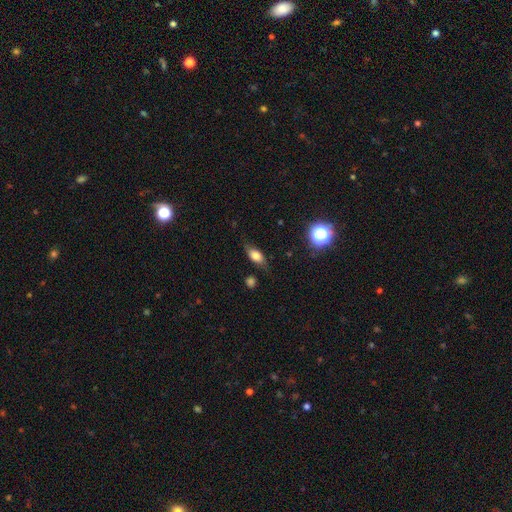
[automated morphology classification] The model was most divided on "smooth or featured": smooth: 65%, featured or disk: 24%, star or artifact: 10%. More confident: how rounded — in between (75%); merging — none (72%).